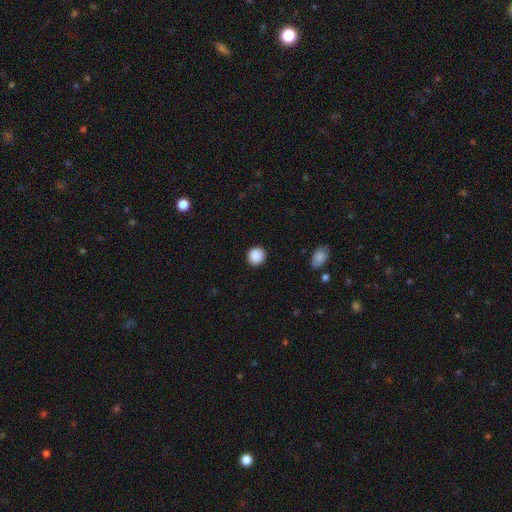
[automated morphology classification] A smooth galaxy with no disk features (89%) that is round (92%).

Vote fractions:
- Smooth or featured? smooth: 89% / star or artifact: 9% / featured or disk: 3%
- How rounded? round: 92% / in between: 7% / cigar-shaped: 1%
- Merging? none: 90% / minor disturbance: 6% / major disturbance: 2% / merger: 1%